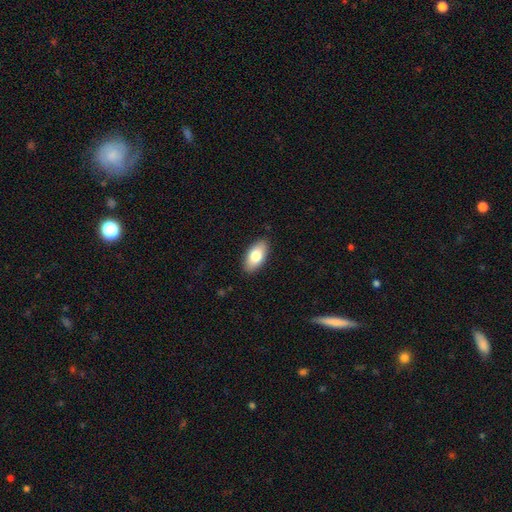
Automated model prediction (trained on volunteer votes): The model was most divided on "smooth or featured": smooth: 79%, featured or disk: 15%, star or artifact: 6%. More confident: how rounded — in between (92%); merging — none (88%).